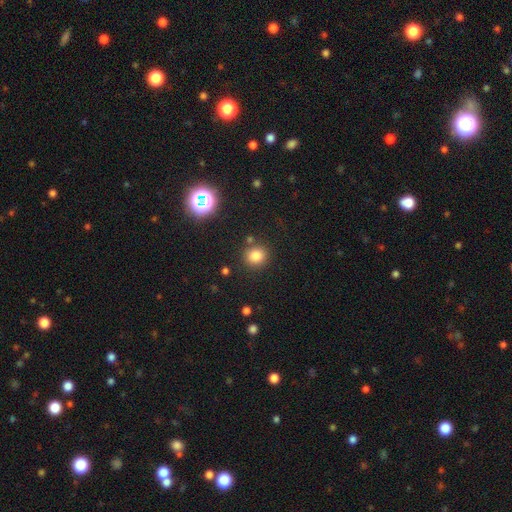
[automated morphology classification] A smooth galaxy with no disk features (81%) that is round (85%). Merging: none (83%).